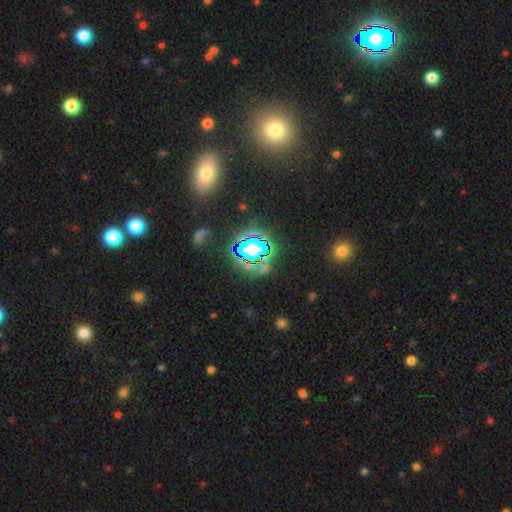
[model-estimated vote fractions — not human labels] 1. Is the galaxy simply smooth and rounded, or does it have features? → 70% star or artifact, 18% smooth, 11% featured or disk.